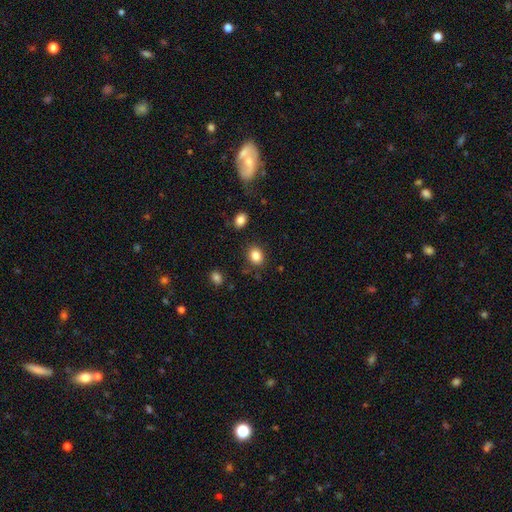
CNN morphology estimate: Smooth or featured?
  - smooth: 85% *
  - star or artifact: 10%
  - featured or disk: 5%
How rounded?
  - in between: 51% *
  - round: 48%
  - cigar-shaped: 1%
Merging?
  - none: 84% *
  - minor disturbance: 10%
  - major disturbance: 3%
  - merger: 3%